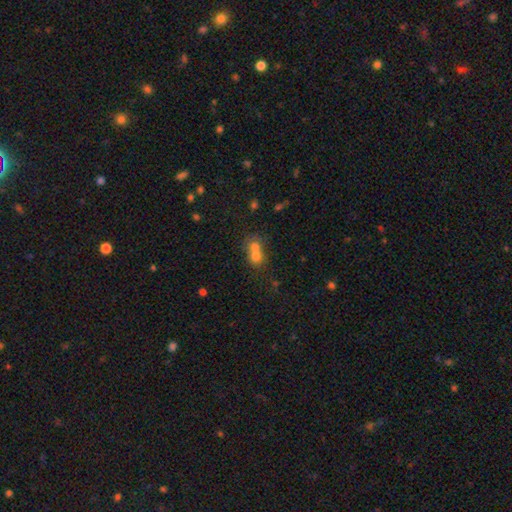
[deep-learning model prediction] This appears to be a smooth galaxy with no disk features (70%) that is round (72%). Merging: merger (68%).